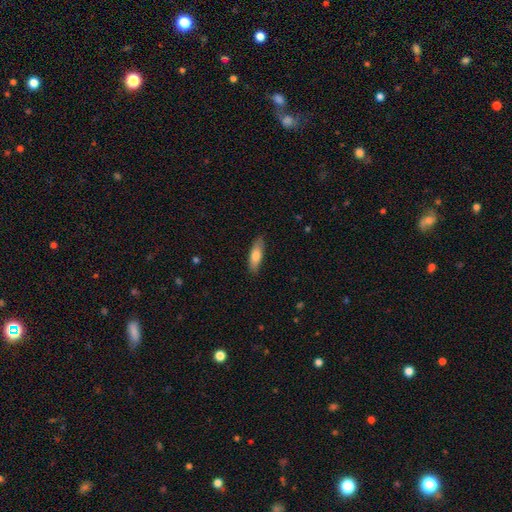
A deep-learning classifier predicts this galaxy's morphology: type=smooth (75%); roundness=in between (50%); merging=none (86%).